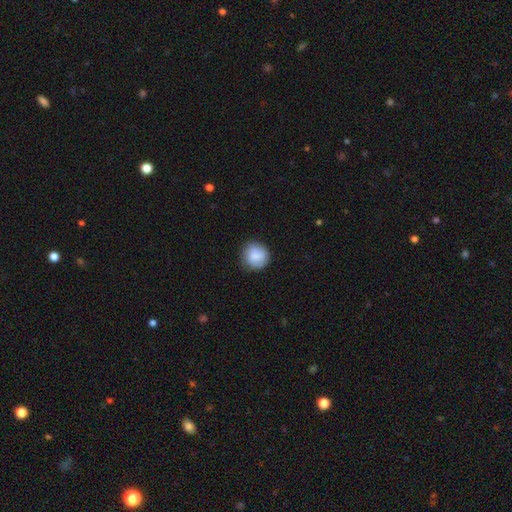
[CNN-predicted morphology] The model was most divided on "smooth or featured": smooth: 71%, featured or disk: 21%, star or artifact: 7%. More confident: how rounded — round (91%); merging — none (84%).